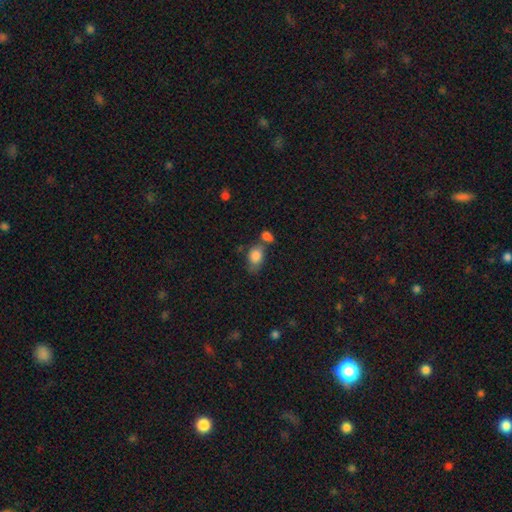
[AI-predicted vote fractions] Smooth or featured? smooth (84%)
How rounded? in between (73%)
Merging? none (40%)